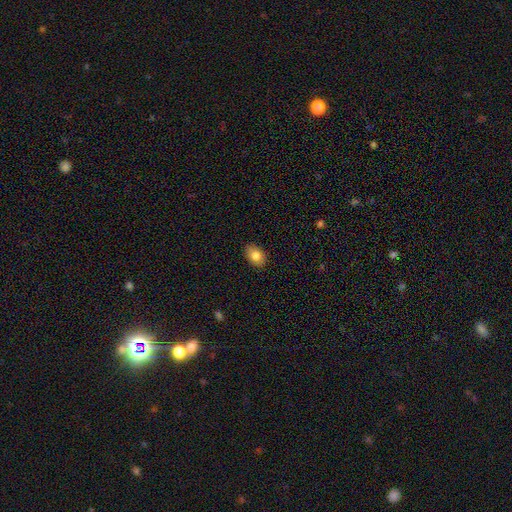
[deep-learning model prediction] Smooth or featured? smooth (82%)
How rounded? in between (77%)
Merging? none (88%)